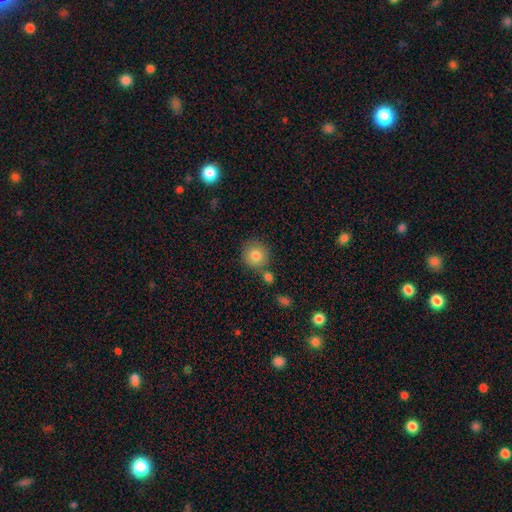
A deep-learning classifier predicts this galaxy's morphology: Q: Smooth or featured?
A: smooth (82%); runner-up: featured or disk (9%)
Q: How rounded?
A: round (92%); runner-up: in between (7%)
Q: Merging?
A: none (73%); runner-up: merger (14%)